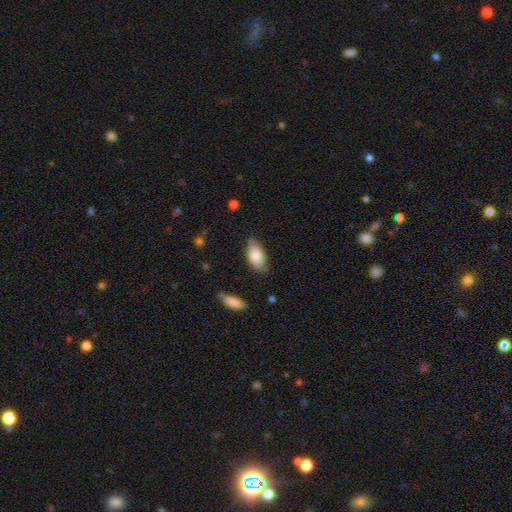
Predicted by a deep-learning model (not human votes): This appears to be a smooth galaxy with no disk features (81%) that is in between round and cigar-shaped (92%). Merging: none (72%).